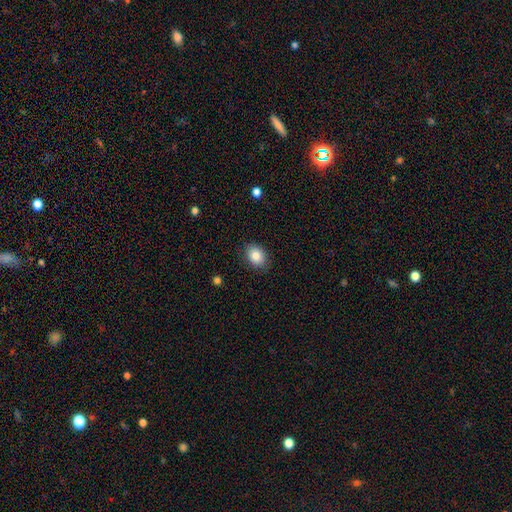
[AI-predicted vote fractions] Smooth or featured? smooth (83%)
How rounded? in between (70%)
Merging? none (85%)